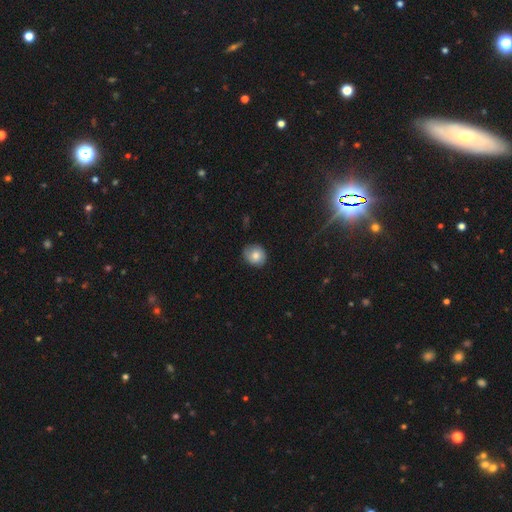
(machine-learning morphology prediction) smooth_or_featured: smooth (p=0.72) [alt: featured or disk p=0.19]
how_rounded: round (p=0.77) [alt: in between p=0.22]
merging: none (p=0.76) [alt: minor disturbance p=0.20]